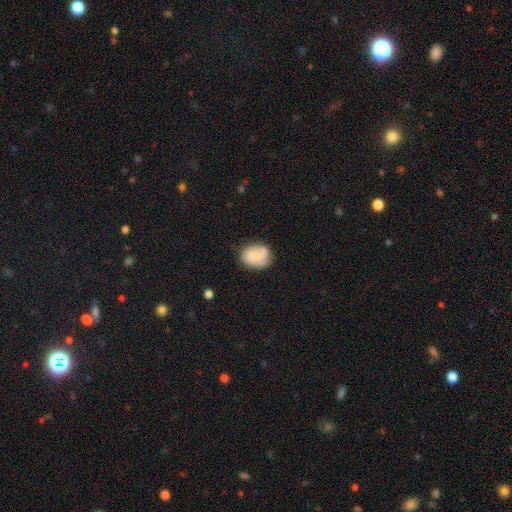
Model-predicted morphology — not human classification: smooth 76%, featured or disk 17%, star or artifact 7%. Down the decision tree: how rounded — in between (59%); merging — none (65%).